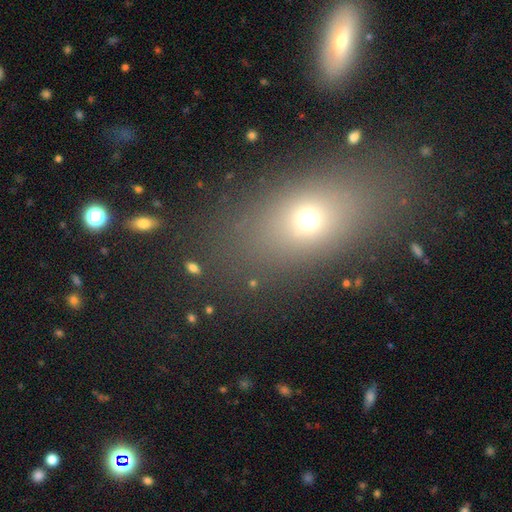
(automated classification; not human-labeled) A smooth galaxy with no disk features (62%) that is in between round and cigar-shaped (69%). Merging: none (81%).